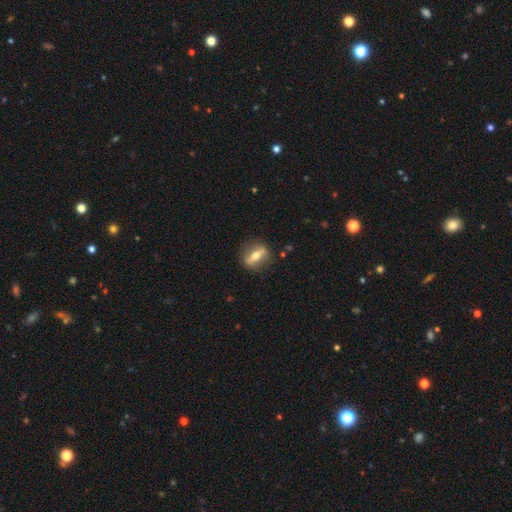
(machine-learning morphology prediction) This appears to be a featured or disk galaxy (64%) viewed edge-on (52%). Merging: none (83%).